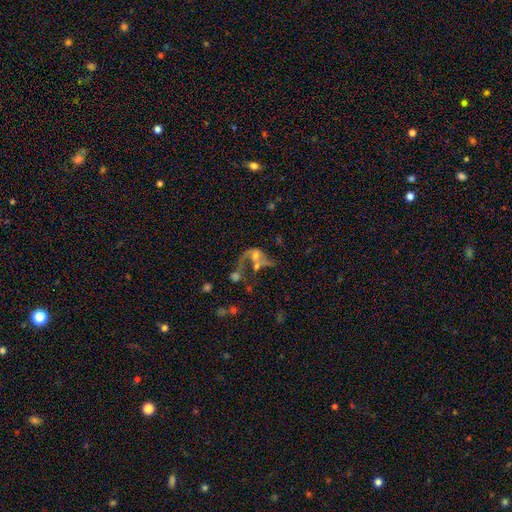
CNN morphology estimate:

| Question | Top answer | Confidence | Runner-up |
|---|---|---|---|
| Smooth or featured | featured or disk | 59% | smooth (27%) |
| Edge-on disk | no | 97% | yes (3%) |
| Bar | no | 71% | weak (22%) |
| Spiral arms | yes | 54% | no (46%) |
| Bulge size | moderate | 40% | small (24%) |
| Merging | merger | 48% | major disturbance (29%) |